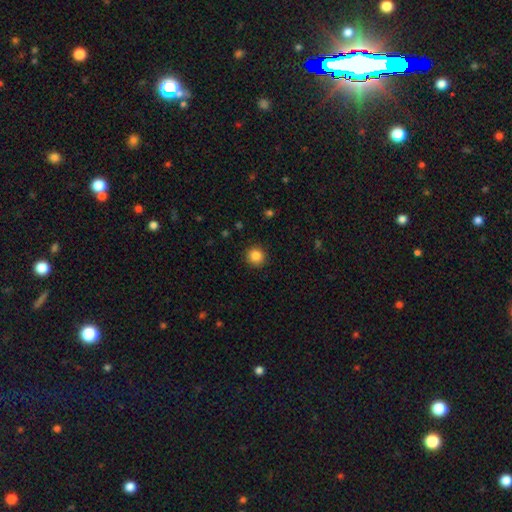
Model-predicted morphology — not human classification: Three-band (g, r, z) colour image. It shows a smooth galaxy with no disk features (85%) that is round (93%). Merging: none (91%).